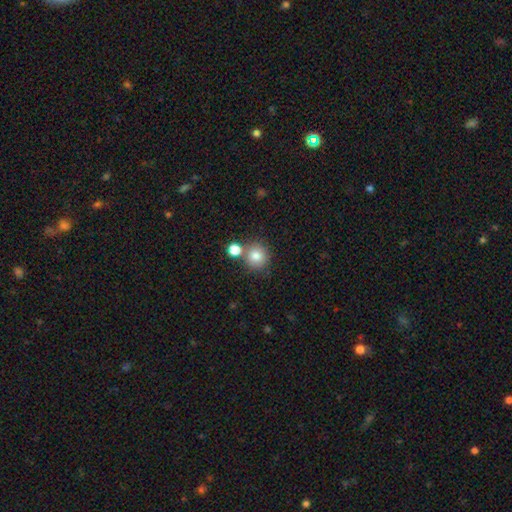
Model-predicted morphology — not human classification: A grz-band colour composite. It shows a smooth galaxy with no disk features (81%) that is round (92%). Merging: none (71%).